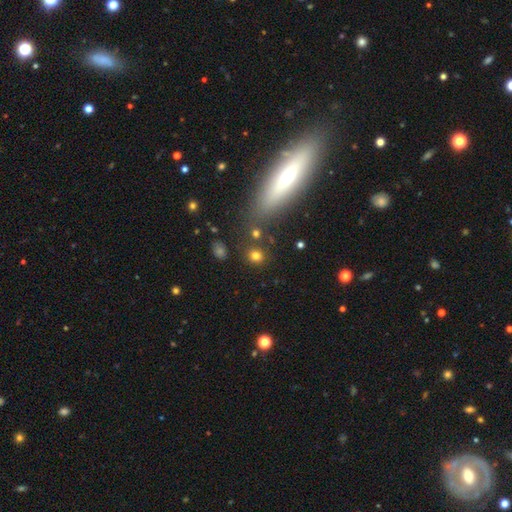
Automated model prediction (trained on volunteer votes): Morphology: type=smooth (78%); roundness=round (85%); merging=none (80%).